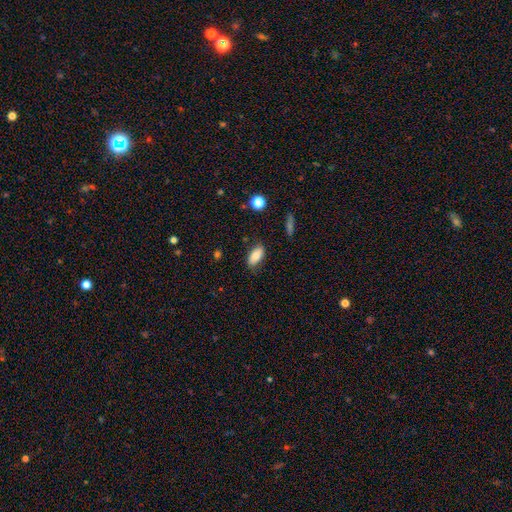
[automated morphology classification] A smooth galaxy with no disk features (82%) that is in between round and cigar-shaped (90%).

Vote fractions:
- Smooth or featured? smooth: 82% / featured or disk: 11% / star or artifact: 8%
- How rounded? in between: 90% / cigar-shaped: 7% / round: 3%
- Merging? none: 79% / minor disturbance: 16% / major disturbance: 3% / merger: 2%